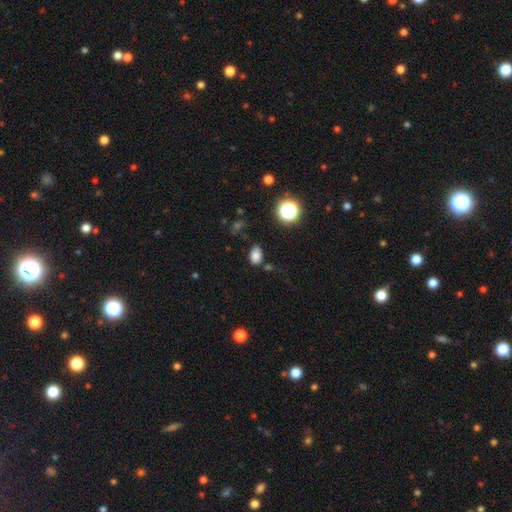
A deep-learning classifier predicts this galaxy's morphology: type=smooth (80%); roundness=in between (82%); merging=none (75%).